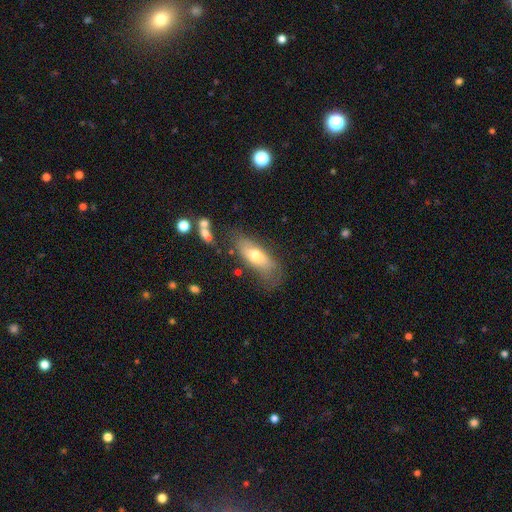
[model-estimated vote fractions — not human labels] A smooth galaxy with no disk features (62%) that is in between round and cigar-shaped (68%). Merging: none (54%).